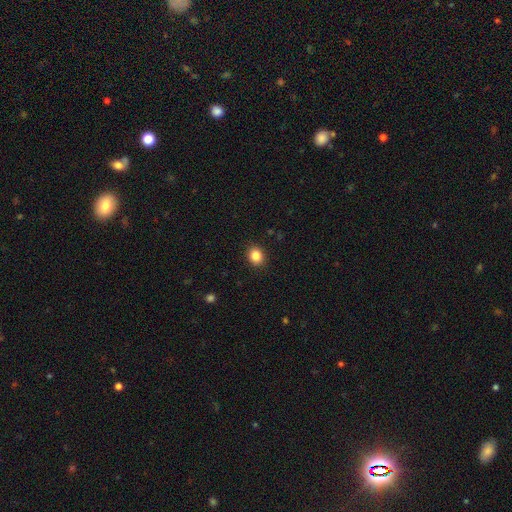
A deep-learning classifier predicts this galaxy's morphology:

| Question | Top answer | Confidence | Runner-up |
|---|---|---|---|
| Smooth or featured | smooth | 85% | star or artifact (10%) |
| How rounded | round | 67% | in between (32%) |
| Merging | none | 91% | minor disturbance (6%) |